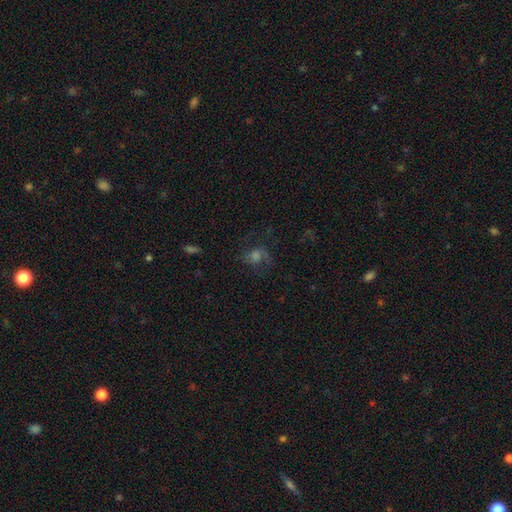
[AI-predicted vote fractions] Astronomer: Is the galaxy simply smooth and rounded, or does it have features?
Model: featured or disk — 39% (runner-up: smooth, 37%).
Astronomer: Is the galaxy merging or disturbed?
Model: none — 60%.